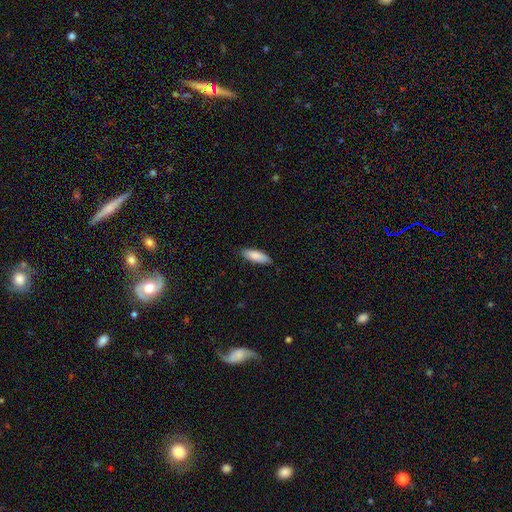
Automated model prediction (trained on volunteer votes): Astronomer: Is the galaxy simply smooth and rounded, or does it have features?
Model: smooth — 87%.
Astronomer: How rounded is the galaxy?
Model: in between — 62%.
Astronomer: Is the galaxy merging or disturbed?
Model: none — 84%.